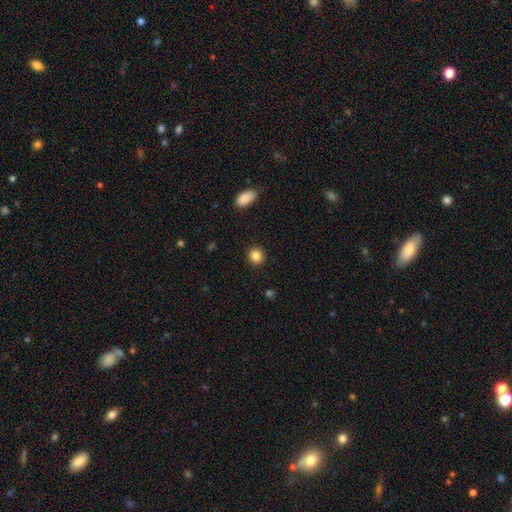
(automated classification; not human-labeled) A smooth galaxy with no disk features (85%) that is round (86%).

Vote fractions:
- Smooth or featured? smooth: 85% / star or artifact: 10% / featured or disk: 4%
- How rounded? round: 86% / in between: 13% / cigar-shaped: 1%
- Merging? none: 91% / minor disturbance: 6% / major disturbance: 2% / merger: 1%